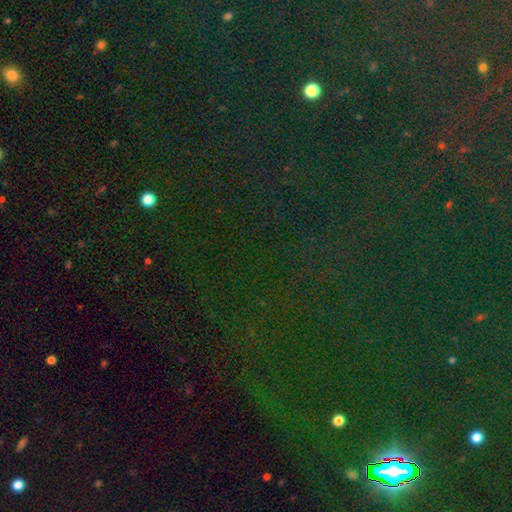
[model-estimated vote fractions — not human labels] Smooth or featured?
  - star or artifact: 83% *
  - smooth: 10%
  - featured or disk: 7%